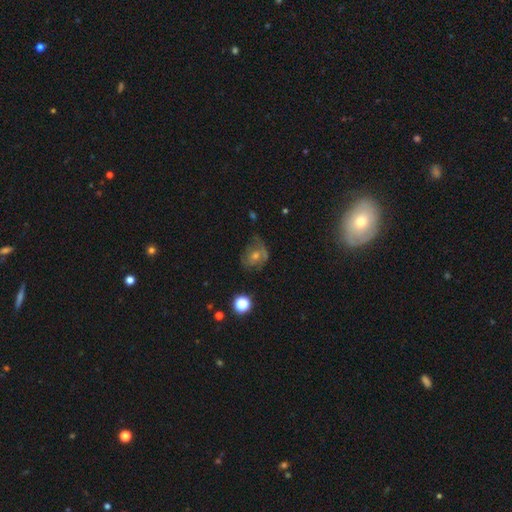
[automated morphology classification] Smooth or featured? Predicted: featured or disk (p=0.48). Merging? Predicted: none (p=0.58).